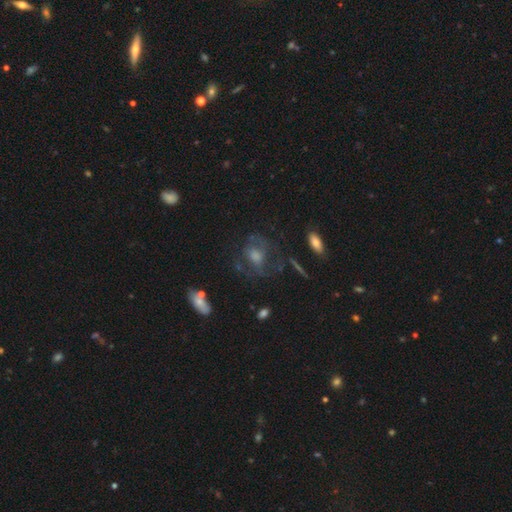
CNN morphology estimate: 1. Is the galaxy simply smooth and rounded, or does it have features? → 52% featured or disk, 30% smooth, 18% star or artifact.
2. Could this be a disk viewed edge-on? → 93% no, 7% yes.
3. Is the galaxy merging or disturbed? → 64% none, 18% minor disturbance, 15% major disturbance, 4% merger.